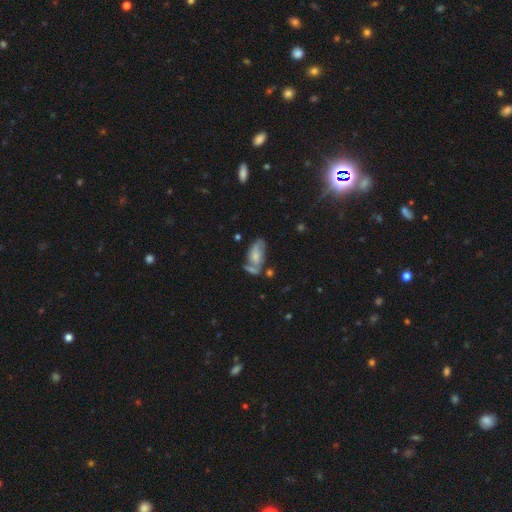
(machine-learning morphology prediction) Q: Smooth or featured?
A: featured or disk (46%); runner-up: smooth (45%)
Q: Merging?
A: none (38%); runner-up: merger (24%)